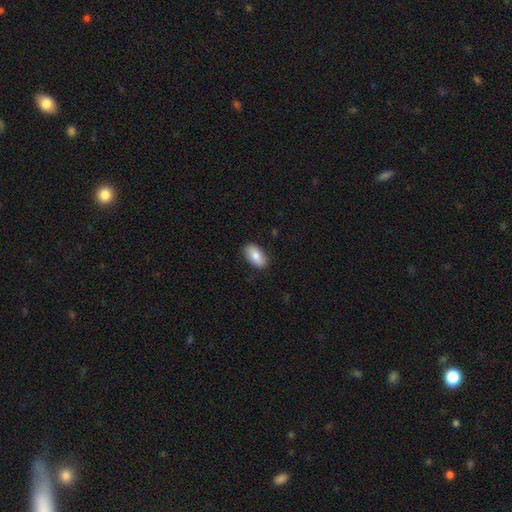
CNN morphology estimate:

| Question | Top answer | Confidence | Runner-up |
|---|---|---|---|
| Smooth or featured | smooth | 80% | featured or disk (13%) |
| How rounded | in between | 94% | round (4%) |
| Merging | none | 85% | minor disturbance (12%) |